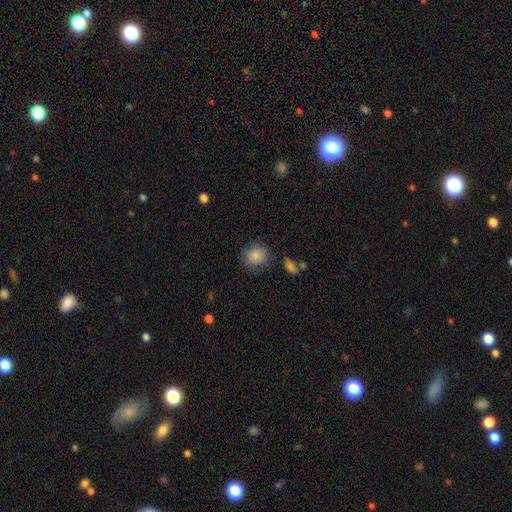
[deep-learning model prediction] A smooth galaxy with no disk features (86%) that is round (81%). Merging: none (79%).